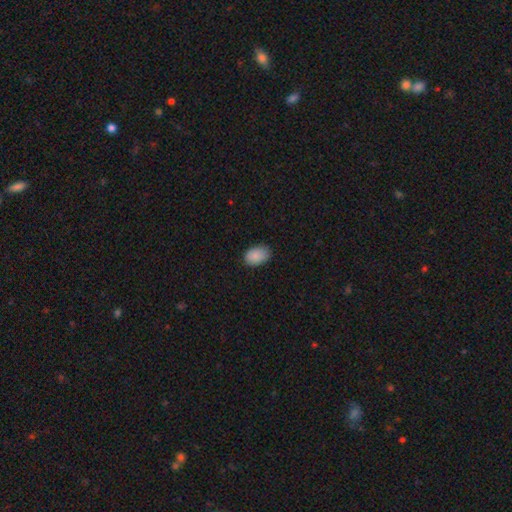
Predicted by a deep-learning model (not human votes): A smooth galaxy with no disk features (89%) that is in between round and cigar-shaped (87%). Merging: none (82%).